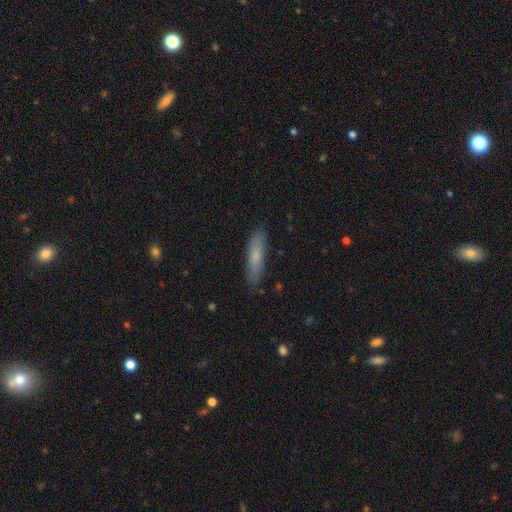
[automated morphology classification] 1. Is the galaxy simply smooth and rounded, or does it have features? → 72% smooth, 21% featured or disk, 6% star or artifact.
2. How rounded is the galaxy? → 78% cigar-shaped, 20% in between, 2% round.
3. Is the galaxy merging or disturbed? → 85% none, 12% minor disturbance, 2% major disturbance, 1% merger.